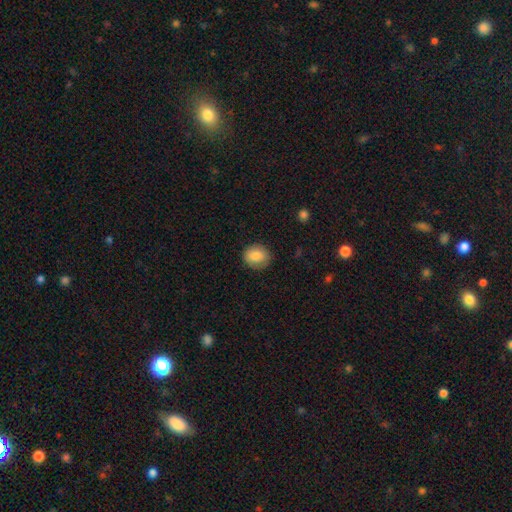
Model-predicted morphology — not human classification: smooth-or-featured: smooth: 85% | star or artifact: 8% | featured or disk: 7%
  how-rounded: round: 75% | in between: 24% | cigar-shaped: 1%
  merging: none: 85% | minor disturbance: 11% | major disturbance: 3% | merger: 1%